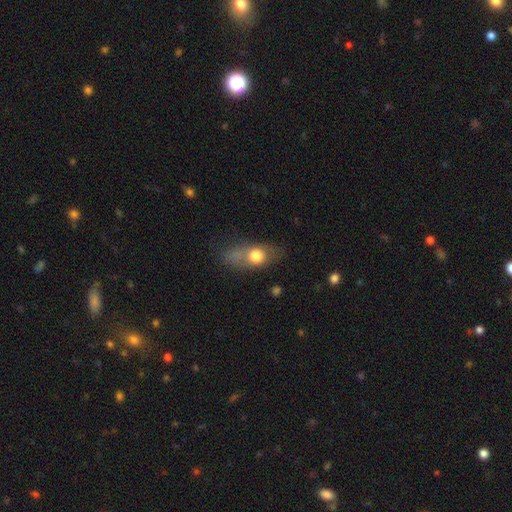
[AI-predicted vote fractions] smooth-or-featured: smooth: 65% | featured or disk: 26% | star or artifact: 9%
  how-rounded: in between: 68% | round: 19% | cigar-shaped: 13%
  merging: none: 59% | minor disturbance: 24% | major disturbance: 13% | merger: 4%